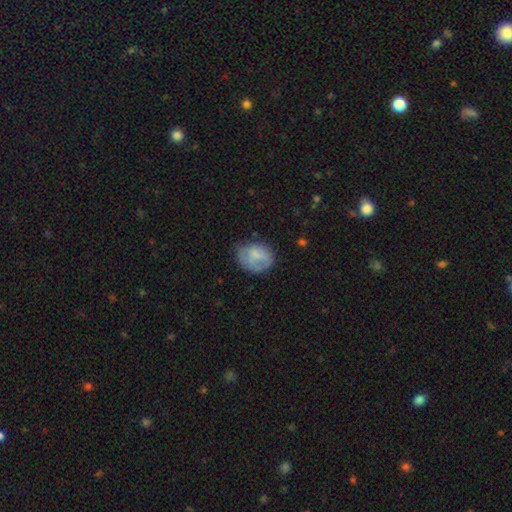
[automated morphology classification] Smooth or featured: smooth — 64% (featured or disk — 27%)
How rounded: round — 51% (in between — 48%)
Merging: none — 60% (minor disturbance — 26%)